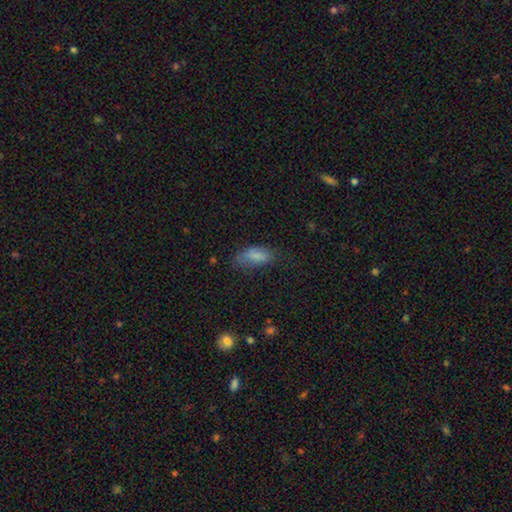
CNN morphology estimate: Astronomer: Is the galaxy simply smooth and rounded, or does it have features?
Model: smooth — 79%.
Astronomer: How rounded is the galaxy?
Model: in between — 84%.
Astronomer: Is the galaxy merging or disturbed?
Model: none — 50% (runner-up: minor disturbance, 32%).